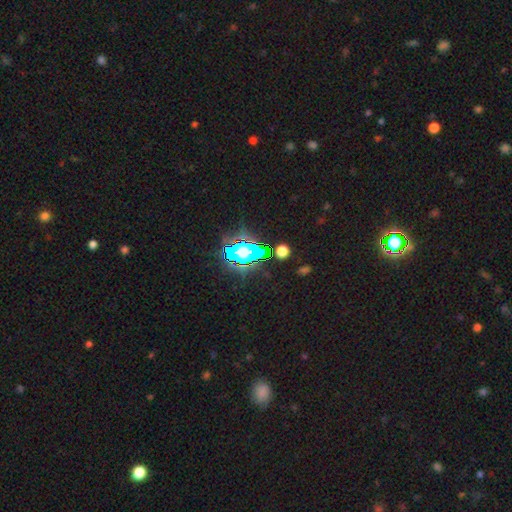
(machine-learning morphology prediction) type=star or artifact (73%).